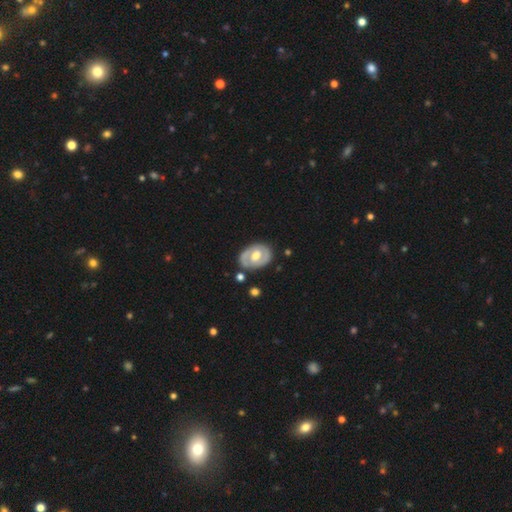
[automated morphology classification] Q: Smooth or featured?
A: featured or disk (67%); runner-up: smooth (29%)
Q: Edge-on disk?
A: no (95%); runner-up: yes (5%)
Q: Bar?
A: no (49%); runner-up: weak (37%)
Q: Spiral arms?
A: yes (52%); runner-up: no (48%)
Q: Bulge size?
A: moderate (72%); runner-up: large (17%)
Q: Merging?
A: none (75%); runner-up: minor disturbance (16%)